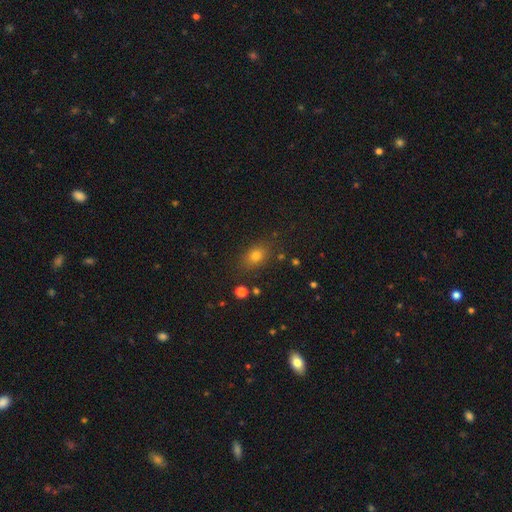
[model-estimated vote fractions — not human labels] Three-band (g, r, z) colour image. It shows a smooth galaxy with no disk features (73%) that is in between round and cigar-shaped (65%). Merging: none (82%).